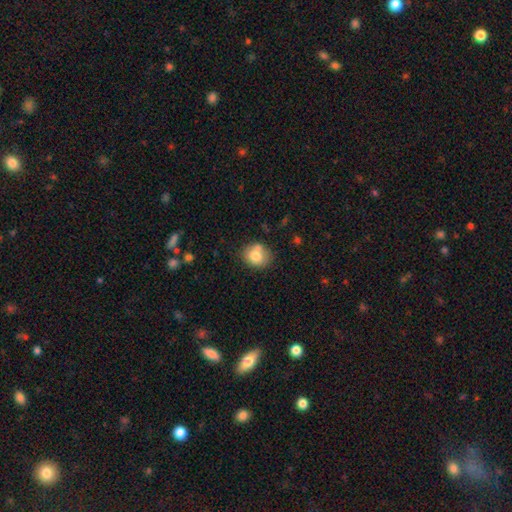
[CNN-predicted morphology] Overall: smooth (76%). How rounded: round (60%; in between 39%). Merging: none (59%).